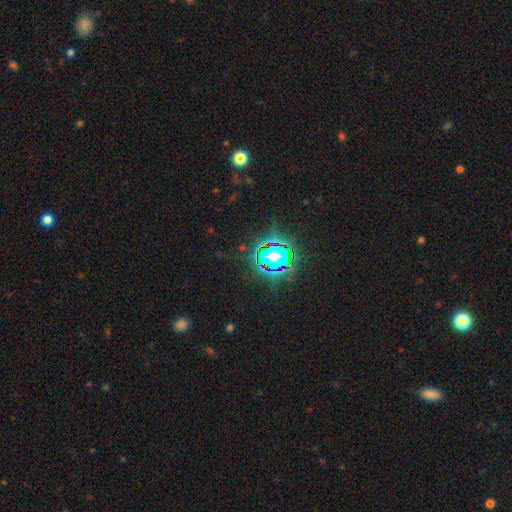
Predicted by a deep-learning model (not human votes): Smooth or featured?
  - star or artifact: 83% *
  - smooth: 10%
  - featured or disk: 7%